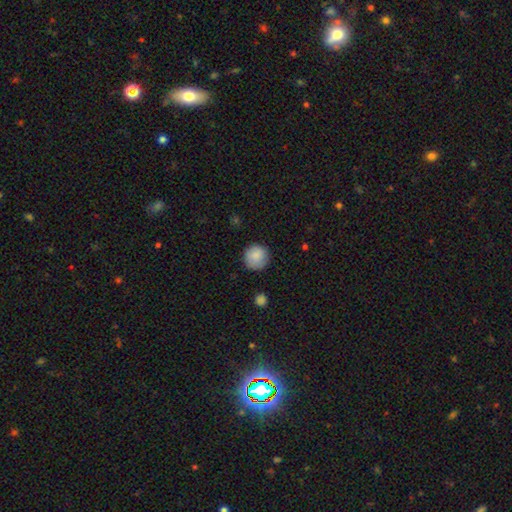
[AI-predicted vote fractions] Smooth or featured? Predicted: smooth (p=0.87). How rounded? Predicted: round (p=0.94). Merging? Predicted: none (p=0.86).